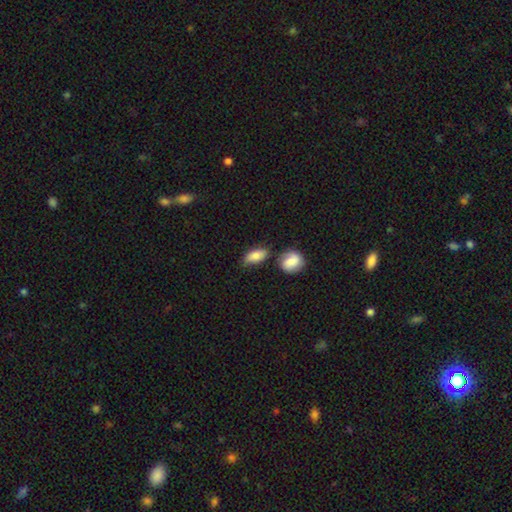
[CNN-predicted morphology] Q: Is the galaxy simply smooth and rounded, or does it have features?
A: smooth — 83%.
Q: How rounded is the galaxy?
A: in between — 86%.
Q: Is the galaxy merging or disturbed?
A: none — 56%.